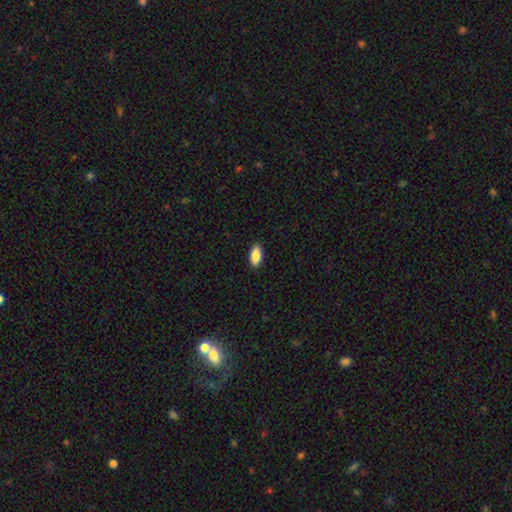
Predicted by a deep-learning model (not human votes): Morphology: type=smooth (88%); roundness=in between (88%); merging=none (89%).